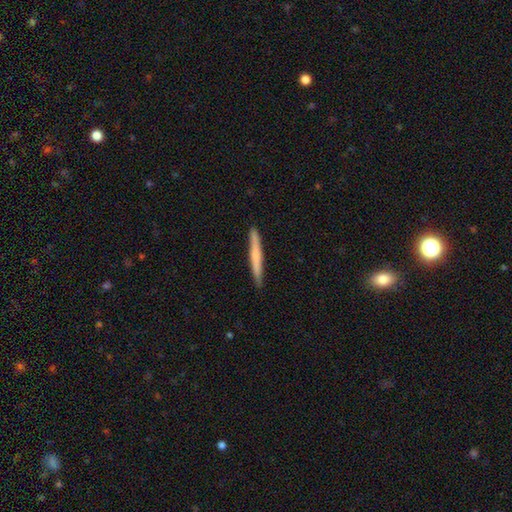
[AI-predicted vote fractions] Smooth or featured?
  - smooth: 58% *
  - featured or disk: 37%
  - star or artifact: 5%
How rounded?
  - cigar-shaped: 97% *
  - in between: 2%
  - round: 1%
Merging?
  - none: 91% *
  - minor disturbance: 7%
  - major disturbance: 1%
  - merger: 1%